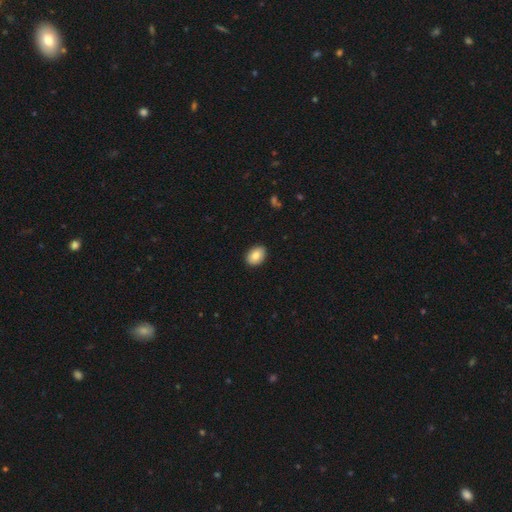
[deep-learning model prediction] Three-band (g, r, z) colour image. It shows a smooth galaxy with no disk features (84%) that is in between round and cigar-shaped (78%). Merging: none (90%).